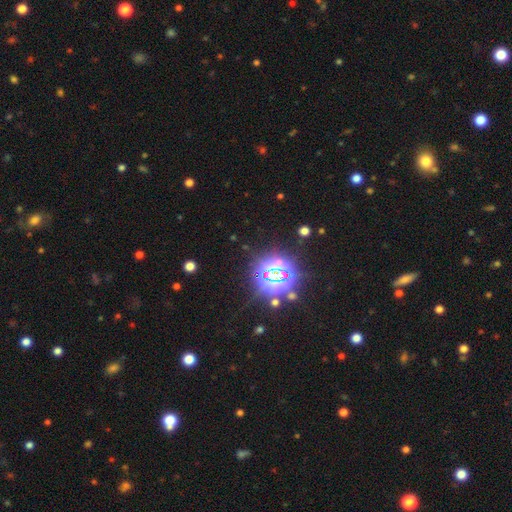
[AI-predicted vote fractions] star or artifact 80%, smooth 12%, featured or disk 8%.